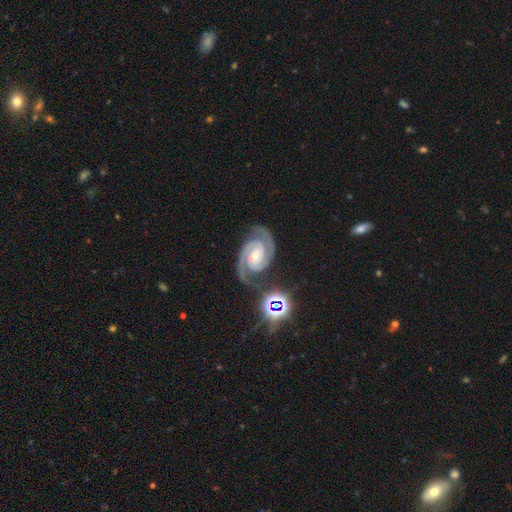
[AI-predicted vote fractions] Smooth or featured? featured or disk (91%)
Edge-on disk? no (98%)
Bar? no (50%)
Spiral arms? yes (99%)
Spiral winding? tight (58%)
Spiral arm count? 2 (92%)
Bulge size? small (63%)
Merging? none (76%)